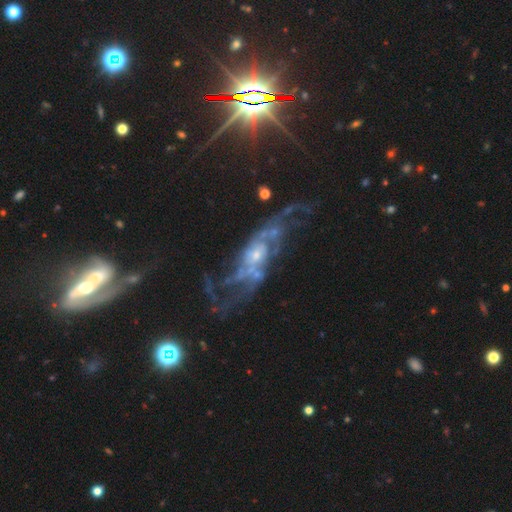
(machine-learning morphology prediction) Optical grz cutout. It shows a featured or disk galaxy (82%) with no bar (68%), can't tell (33%, tied with 2) loose (43%) spiral arms (86%) and a small central bulge (61%). Merging: none (45%).